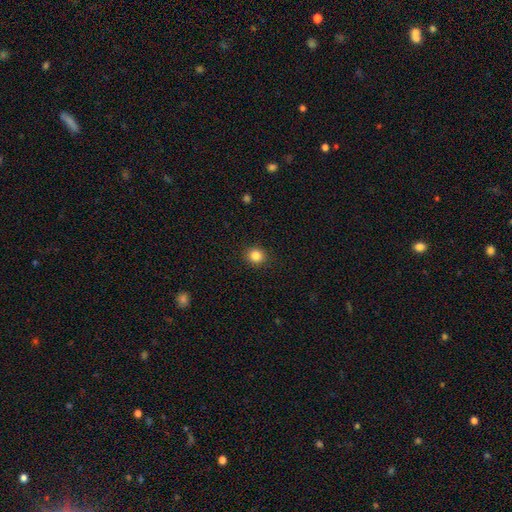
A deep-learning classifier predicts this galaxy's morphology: Smooth or featured?
  - smooth: 85% *
  - star or artifact: 11%
  - featured or disk: 4%
How rounded?
  - round: 86% *
  - in between: 13%
  - cigar-shaped: 1%
Merging?
  - none: 91% *
  - minor disturbance: 6%
  - major disturbance: 2%
  - merger: 1%